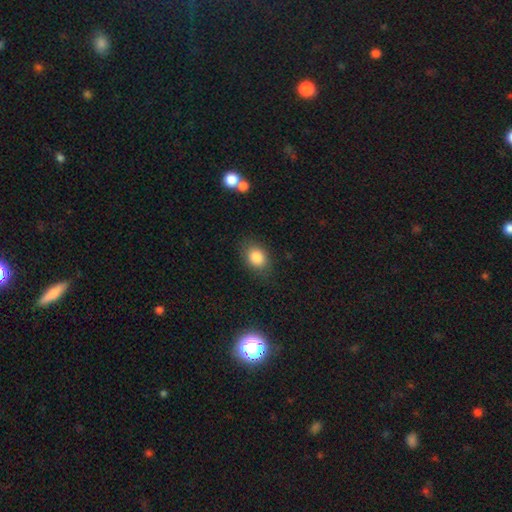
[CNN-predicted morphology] Q: Smooth or featured?
A: smooth (85%); runner-up: star or artifact (9%)
Q: How rounded?
A: in between (68%); runner-up: round (30%)
Q: Merging?
A: none (80%); runner-up: minor disturbance (14%)